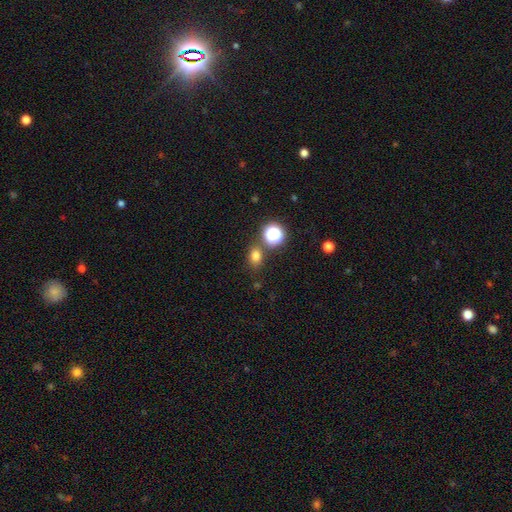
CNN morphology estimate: type=smooth (74%); roundness=in between (50%); merging=none (75%).